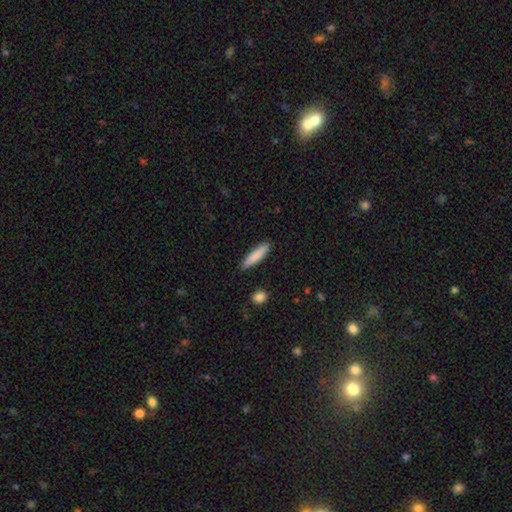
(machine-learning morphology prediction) A smooth galaxy with no disk features (84%) that is cigar-shaped (84%).

Vote fractions:
- Smooth or featured? smooth: 84% / featured or disk: 11% / star or artifact: 6%
- How rounded? cigar-shaped: 84% / in between: 15% / round: 1%
- Merging? none: 89% / minor disturbance: 8% / major disturbance: 2% / merger: 1%